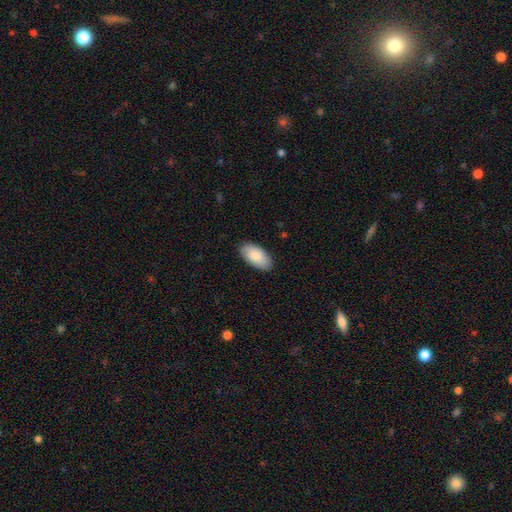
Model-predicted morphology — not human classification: Smooth or featured: smooth — 84% (featured or disk — 10%)
How rounded: in between — 95% (cigar-shaped — 2%)
Merging: none — 87% (minor disturbance — 10%)